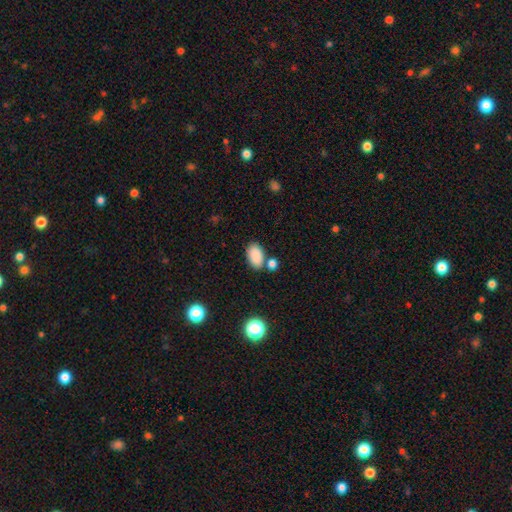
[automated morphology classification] A smooth galaxy with no disk features (87%) that is in between round and cigar-shaped (92%). Merging: none (72%).